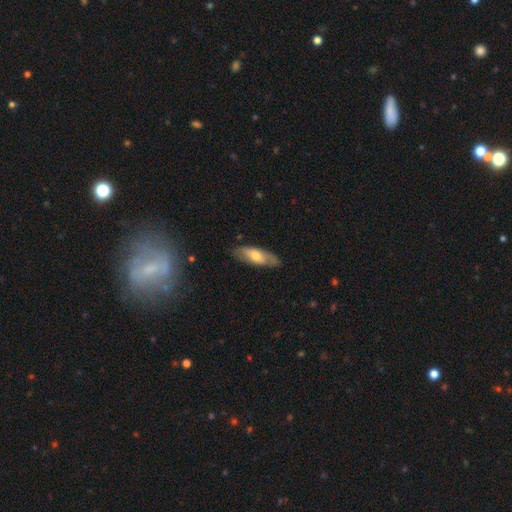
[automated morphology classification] The model was most divided on "smooth or featured": smooth: 60%, featured or disk: 34%, star or artifact: 6%. More confident: merging — none (77%); how rounded — in between (65%).